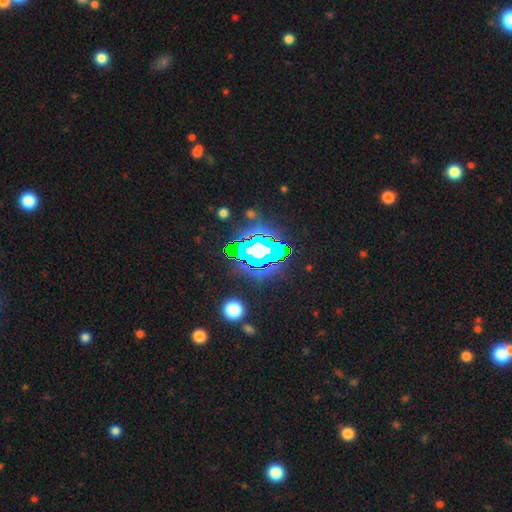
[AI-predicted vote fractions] Smooth or featured? Predicted: star or artifact (p=0.76).